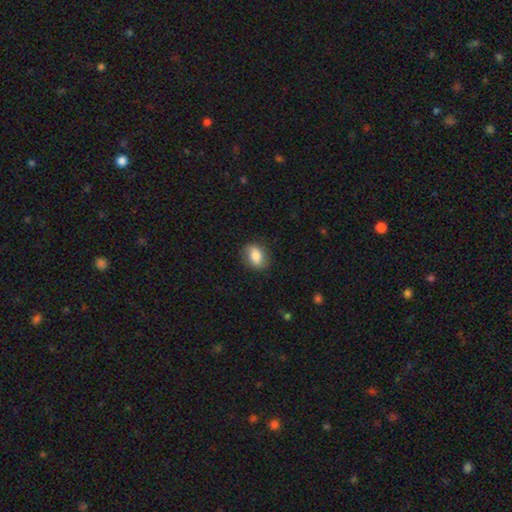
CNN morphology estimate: Smooth or featured? Predicted: smooth (p=0.79). How rounded? Predicted: in between (p=0.68). Merging? Predicted: none (p=0.84).